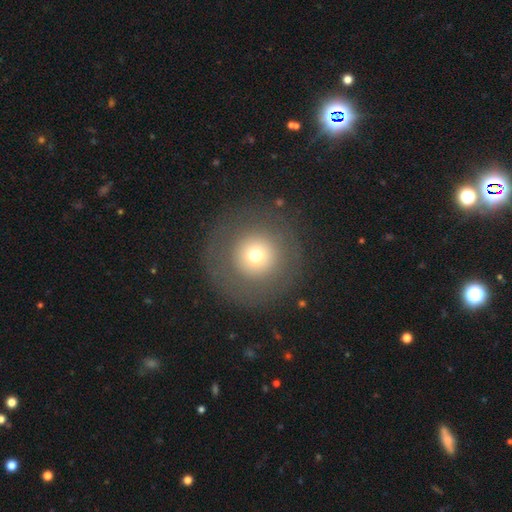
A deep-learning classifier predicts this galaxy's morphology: Smooth or featured: smooth — 62% (featured or disk — 25%)
How rounded: round — 96% (in between — 4%)
Merging: none — 80% (minor disturbance — 9%)